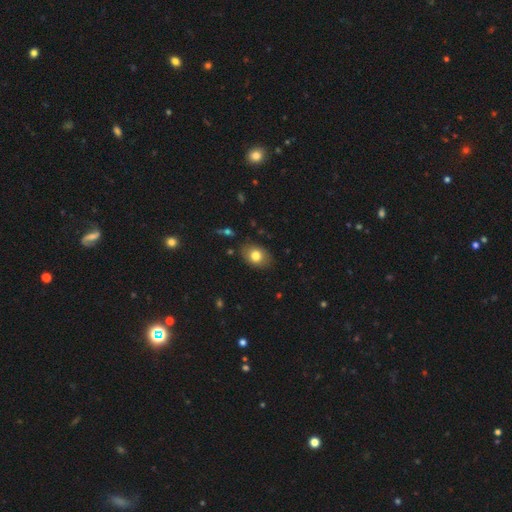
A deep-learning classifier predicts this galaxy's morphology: Smooth or featured: smooth — 78% (featured or disk — 13%)
How rounded: in between — 71% (round — 28%)
Merging: none — 84% (minor disturbance — 12%)